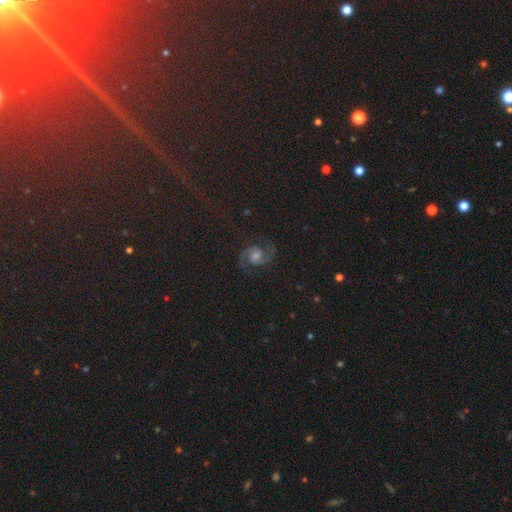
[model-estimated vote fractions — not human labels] The model was most divided on "bar": no: 61%, weak: 31%, strong: 8%. More confident: edge-on disk — no (98%); spiral arms — yes (98%); spiral arm count — 2 (95%); merging — none (86%); smooth or featured — featured or disk (77%); spiral winding — medium (59%); bulge size — moderate (58%).